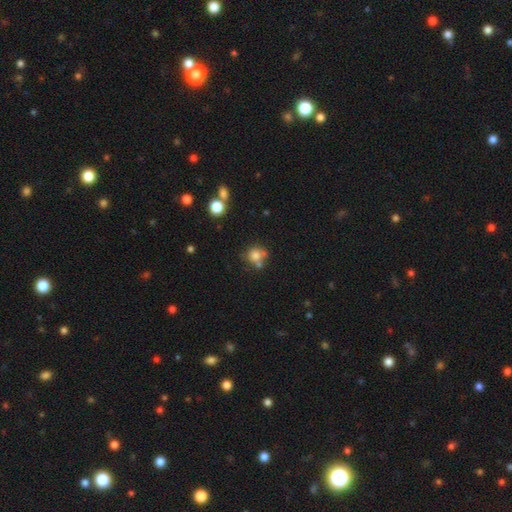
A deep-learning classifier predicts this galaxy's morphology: Q: Smooth or featured?
A: smooth (75%); runner-up: star or artifact (13%)
Q: How rounded?
A: round (85%); runner-up: in between (14%)
Q: Merging?
A: none (56%); runner-up: merger (26%)